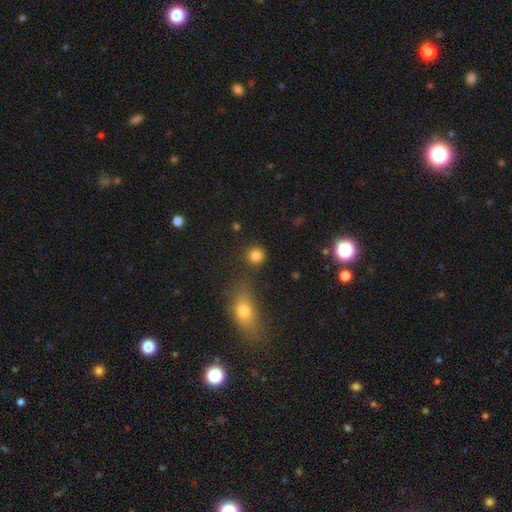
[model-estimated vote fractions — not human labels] Smooth or featured? Predicted: smooth (p=0.83). How rounded? Predicted: round (p=0.90). Merging? Predicted: none (p=0.85).